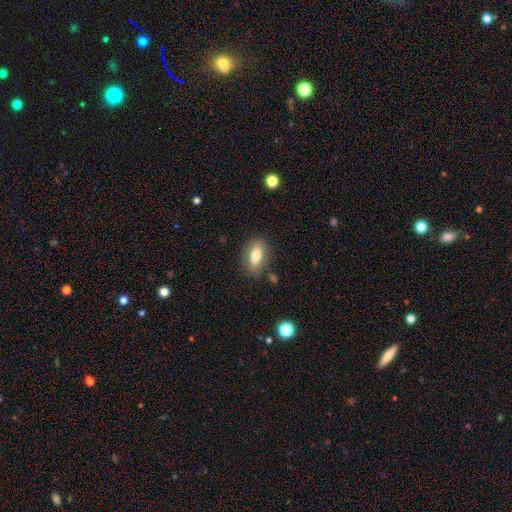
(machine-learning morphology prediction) Q: Smooth or featured?
A: smooth (76%); runner-up: featured or disk (17%)
Q: How rounded?
A: in between (82%); runner-up: cigar-shaped (12%)
Q: Merging?
A: none (82%); runner-up: minor disturbance (12%)